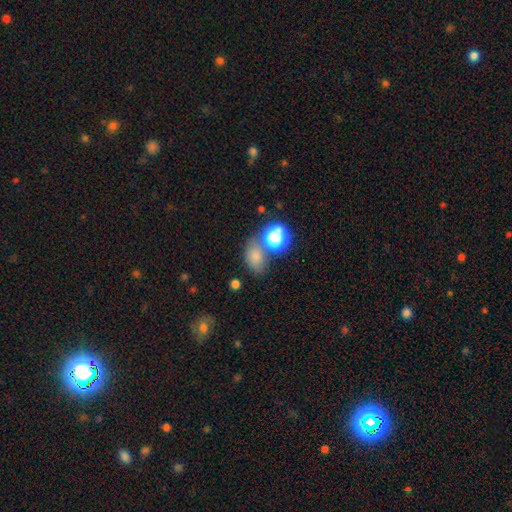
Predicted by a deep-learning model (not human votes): Overall: smooth (72%). How rounded: in between (71%). Merging: none (57%; merger 20%).